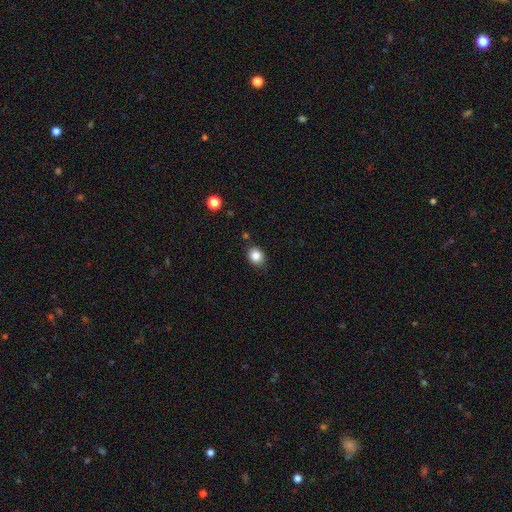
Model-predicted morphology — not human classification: This is clearly a smooth galaxy (84%). How rounded: likely round (61%). Merging: clearly none (84%).